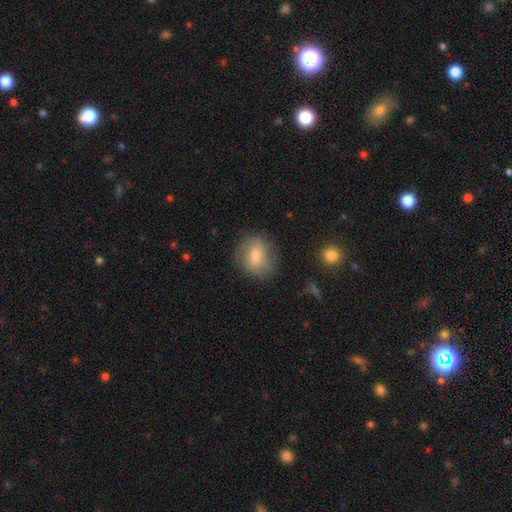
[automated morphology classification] type=smooth (54%); roundness=round (71%); merging=none (73%).